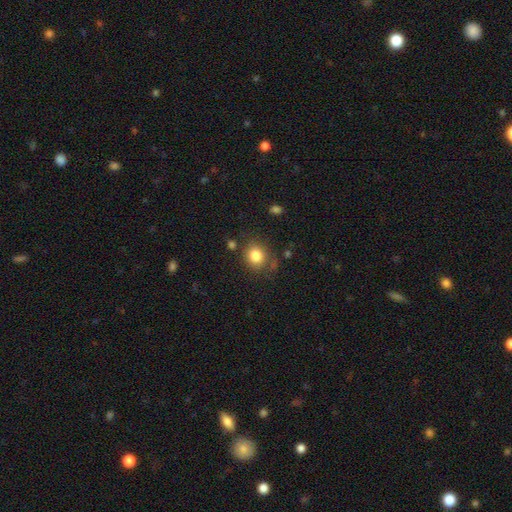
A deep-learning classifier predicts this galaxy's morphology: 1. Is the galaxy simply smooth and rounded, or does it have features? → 83% smooth, 11% star or artifact, 7% featured or disk.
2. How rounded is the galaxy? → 79% round, 20% in between, 1% cigar-shaped.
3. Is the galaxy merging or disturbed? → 77% none, 14% minor disturbance, 5% major disturbance, 5% merger.